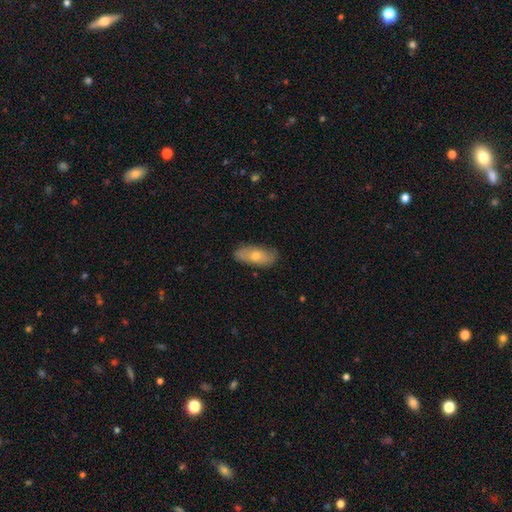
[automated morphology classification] This is possibly a smooth galaxy (58%). How rounded: likely in between (78%). Merging: clearly none (83%).